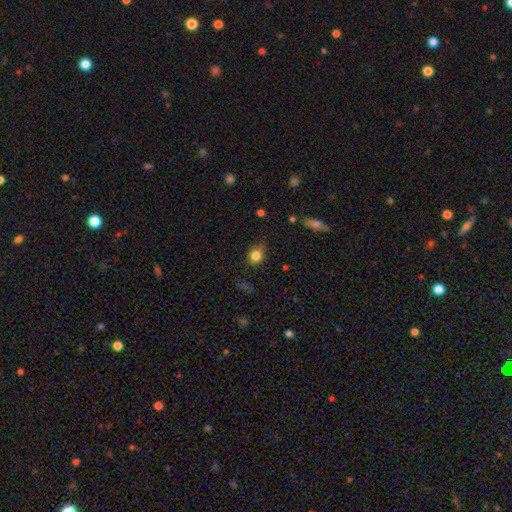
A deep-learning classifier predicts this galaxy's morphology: A smooth galaxy with no disk features (82%) that is round (68%). Merging: none (66%).